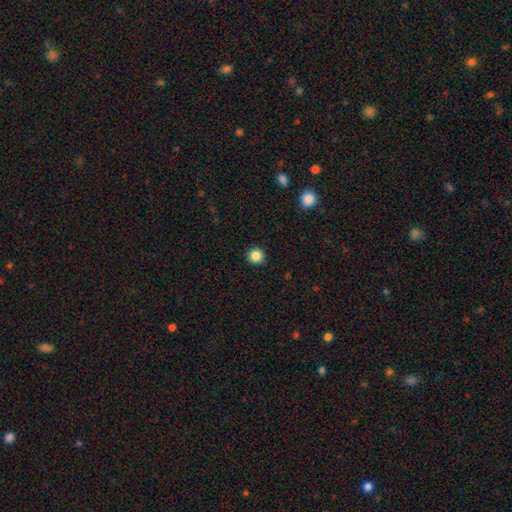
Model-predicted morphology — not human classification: smooth-or-featured: smooth: 85% | star or artifact: 11% | featured or disk: 4%
  how-rounded: round: 95% | in between: 4% | cigar-shaped: 1%
  merging: none: 92% | minor disturbance: 5% | major disturbance: 2% | merger: 1%